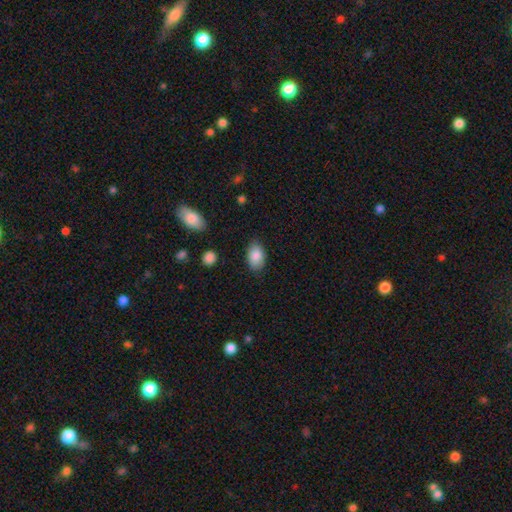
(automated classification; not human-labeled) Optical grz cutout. It shows a smooth galaxy with no disk features (86%) that is in between round and cigar-shaped (91%). Merging: none (83%).